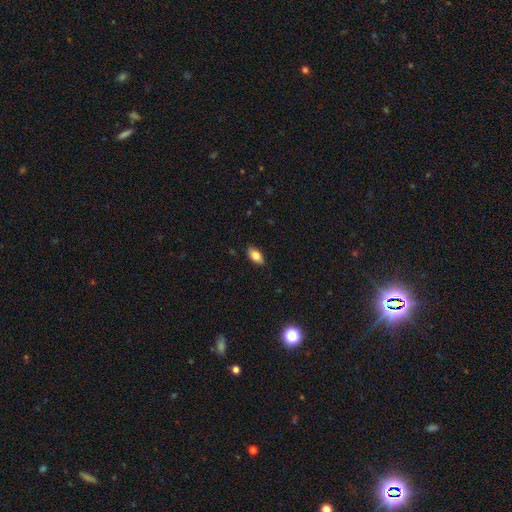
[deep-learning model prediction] Morphology: type=smooth (81%); roundness=in between (91%); merging=none (85%).